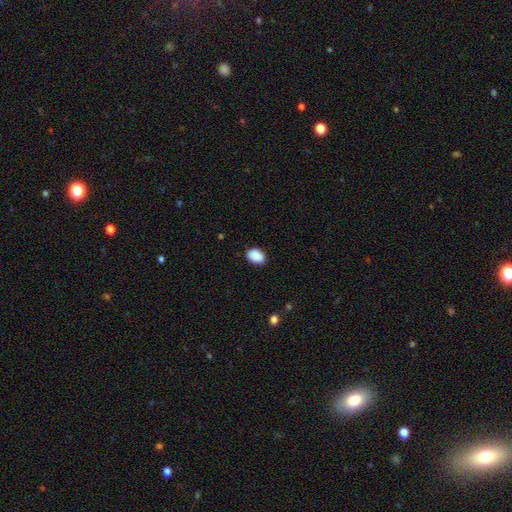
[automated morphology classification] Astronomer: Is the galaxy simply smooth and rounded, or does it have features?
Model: smooth — 90%.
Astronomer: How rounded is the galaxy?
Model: in between — 80%.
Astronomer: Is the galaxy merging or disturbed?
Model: none — 87%.